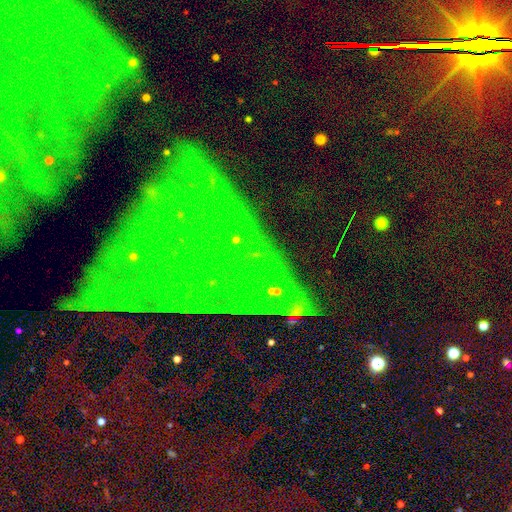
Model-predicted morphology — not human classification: This is clearly a star or artifact rather than a galaxy (83%).